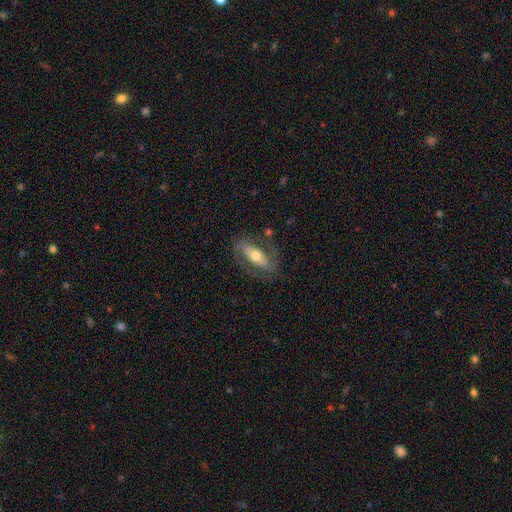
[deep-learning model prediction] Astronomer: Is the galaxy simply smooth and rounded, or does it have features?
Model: featured or disk — 64%.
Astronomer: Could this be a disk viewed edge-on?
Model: no — 86%.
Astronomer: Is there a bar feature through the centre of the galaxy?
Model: no — 40% (runner-up: strong, 35%).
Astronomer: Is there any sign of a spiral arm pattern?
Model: yes — 72%.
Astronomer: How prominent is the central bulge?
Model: moderate — 66%.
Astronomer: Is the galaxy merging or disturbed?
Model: none — 71%.